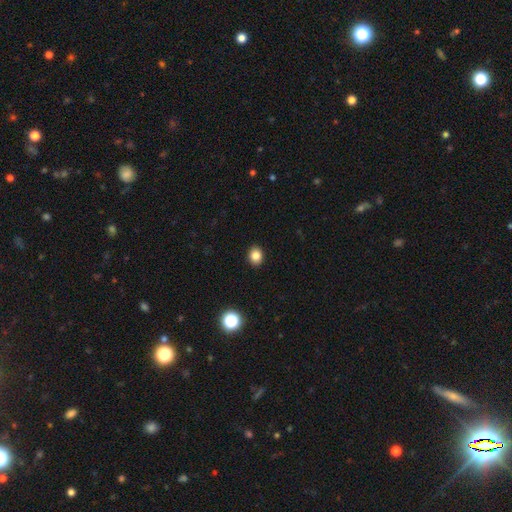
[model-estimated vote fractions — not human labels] Smooth or featured: smooth — 83% (star or artifact — 11%)
How rounded: round — 55% (in between — 44%)
Merging: none — 91% (minor disturbance — 6%)